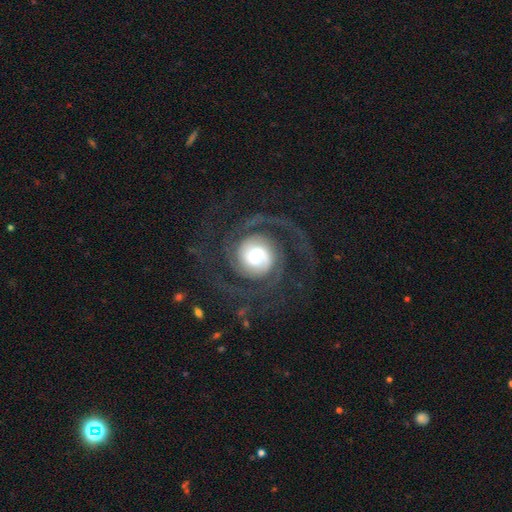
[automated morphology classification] The model was most divided on "bulge size": moderate: 41%, large: 36%, small: 12%, dominant: 9%, none: 2%. Remaining: edge-on disk — no (98%); spiral arms — yes (98%); smooth or featured — featured or disk (87%); spiral arm count — 2 (73%); merging — none (72%); spiral winding — tight (44%); bar — no (43%).